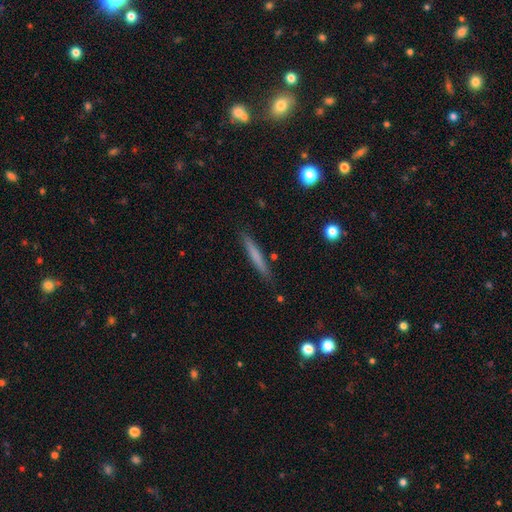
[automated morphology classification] The model was most divided on "smooth or featured": smooth: 66%, featured or disk: 28%, star or artifact: 6%. More confident: how rounded — cigar-shaped (95%); merging — none (88%).